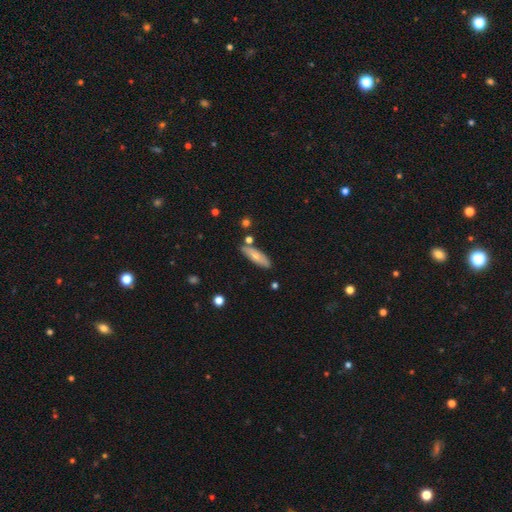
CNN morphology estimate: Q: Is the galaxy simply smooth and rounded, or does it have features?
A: smooth — 71%.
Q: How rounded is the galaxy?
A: cigar-shaped — 50%.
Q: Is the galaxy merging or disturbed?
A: none — 77%.